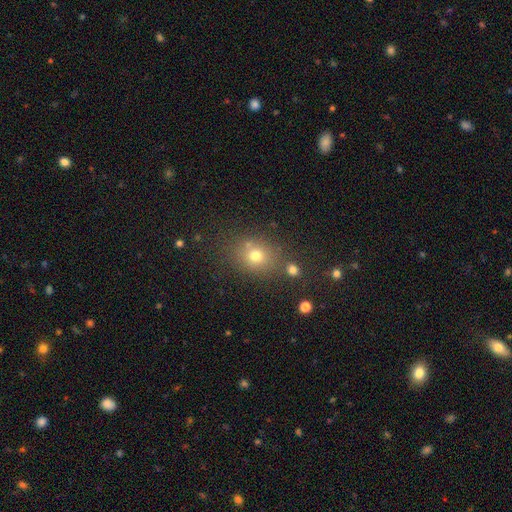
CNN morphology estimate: smooth-or-featured: smooth: 72% | star or artifact: 17% | featured or disk: 11%
  how-rounded: round: 65% | in between: 34% | cigar-shaped: 1%
  merging: none: 71% | minor disturbance: 13% | merger: 11% | major disturbance: 5%